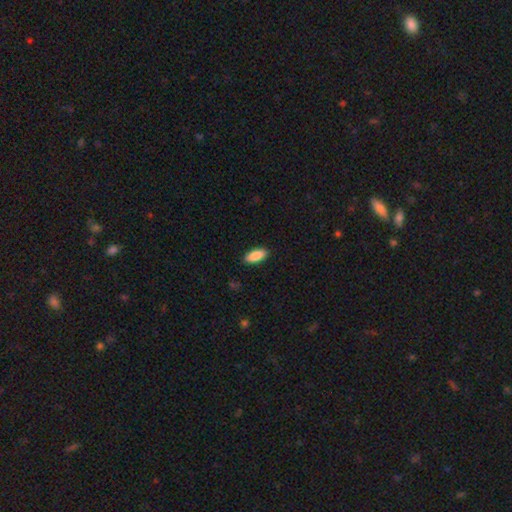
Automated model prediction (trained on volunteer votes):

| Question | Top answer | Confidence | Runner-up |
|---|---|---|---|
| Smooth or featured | smooth | 88% | featured or disk (6%) |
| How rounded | in between | 83% | cigar-shaped (16%) |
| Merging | none | 90% | minor disturbance (7%) |